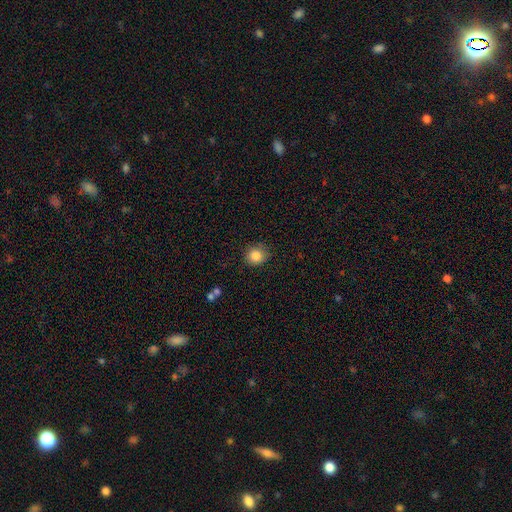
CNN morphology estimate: smooth 85%, star or artifact 10%, featured or disk 5%. Down the decision tree: how rounded — round (86%); merging — none (83%).